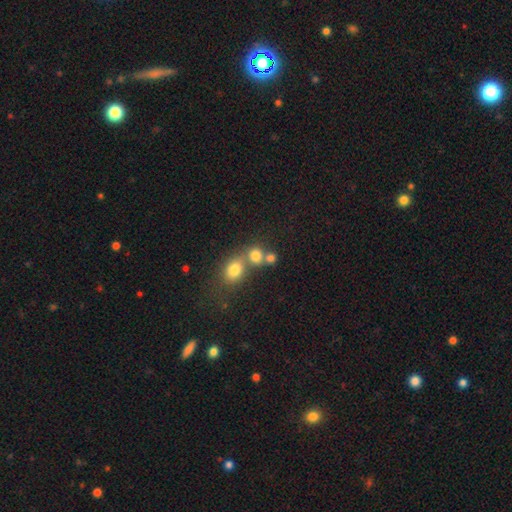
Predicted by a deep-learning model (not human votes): This appears to be a smooth galaxy with no disk features (77%) that is round (74%). Merging: merger (47%).